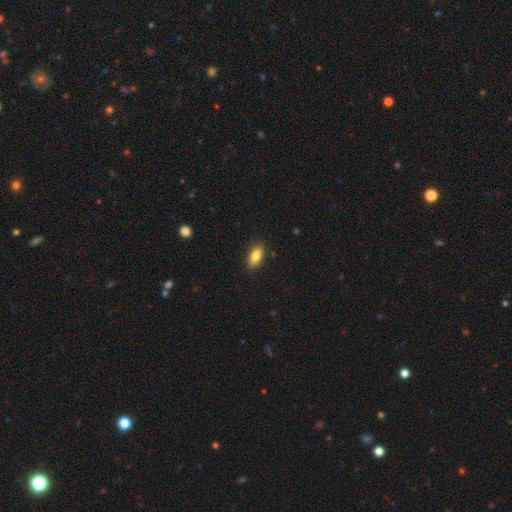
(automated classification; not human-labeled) smooth_or_featured: smooth (p=0.84) [alt: featured or disk p=0.09]
how_rounded: in between (p=0.88) [alt: cigar-shaped p=0.08]
merging: none (p=0.88) [alt: minor disturbance p=0.09]